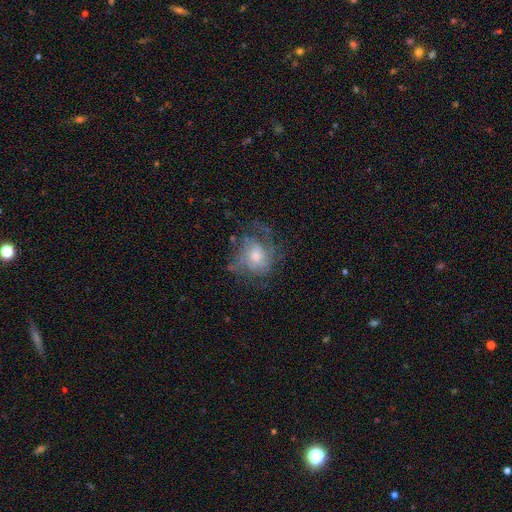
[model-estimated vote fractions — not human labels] Smooth or featured?
  - featured or disk: 69% *
  - smooth: 22%
  - star or artifact: 10%
Edge-on disk?
  - no: 97% *
  - yes: 3%
Bar?
  - no: 72% *
  - weak: 25%
  - strong: 4%
Spiral arms?
  - yes: 85% *
  - no: 15%
Spiral winding?
  - medium: 41% *
  - tight: 40%
  - loose: 18%
Spiral arm count?
  - can't tell: 39% *
  - 2: 26%
  - 3: 16%
  - 1: 7%
  - 4: 6%
  - more than 4: 4%
Bulge size?
  - moderate: 57% *
  - small: 30%
  - large: 9%
  - none: 3%
  - dominant: 1%
Merging?
  - none: 58% *
  - minor disturbance: 21%
  - major disturbance: 20%
  - merger: 2%